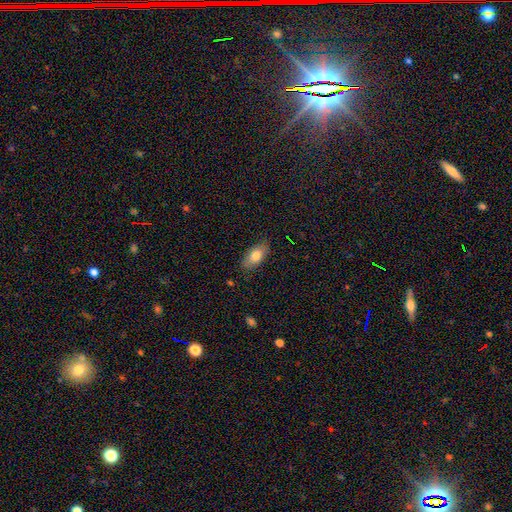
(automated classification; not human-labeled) A smooth galaxy with no disk features (79%) that is in between round and cigar-shaped (89%).

Vote fractions:
- Smooth or featured? smooth: 79% / featured or disk: 14% / star or artifact: 7%
- How rounded? in between: 89% / cigar-shaped: 8% / round: 4%
- Merging? none: 84% / minor disturbance: 12% / major disturbance: 3% / merger: 1%